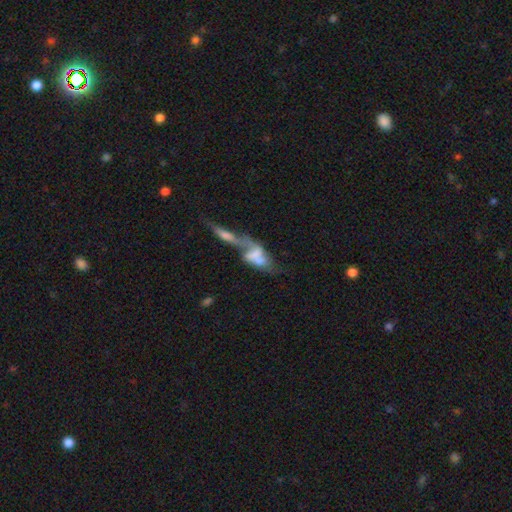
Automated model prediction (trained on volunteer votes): This is possibly a featured or disk galaxy (50%). Merging: likely merger (72%).